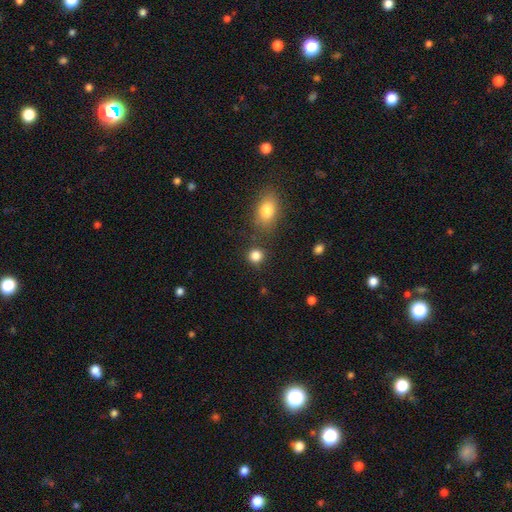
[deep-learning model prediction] Smooth or featured? Predicted: smooth (p=0.85). How rounded? Predicted: round (p=0.86). Merging? Predicted: none (p=0.83).